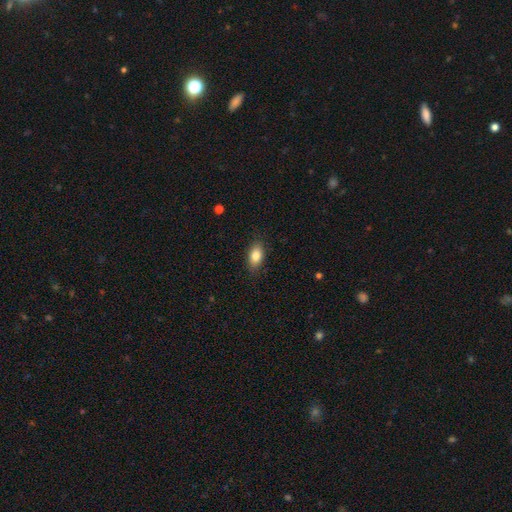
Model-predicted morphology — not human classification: A smooth galaxy with no disk features (84%) that is in between round and cigar-shaped (89%). Merging: none (87%).